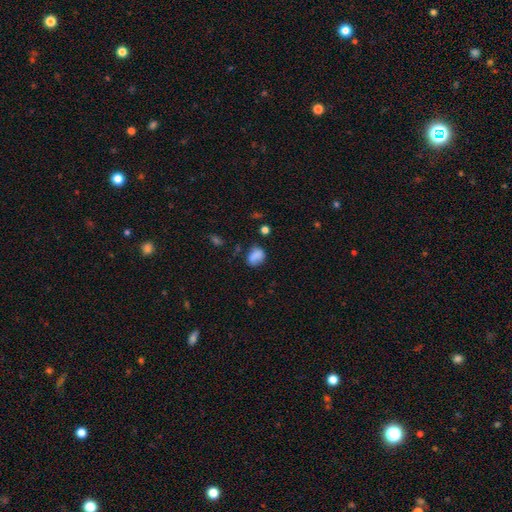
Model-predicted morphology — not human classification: A smooth galaxy with no disk features (81%) that is in between round and cigar-shaped (64%).

Vote fractions:
- Smooth or featured? smooth: 81% / star or artifact: 10% / featured or disk: 9%
- How rounded? in between: 64% / round: 35% / cigar-shaped: 2%
- Merging? none: 59% / minor disturbance: 26% / major disturbance: 9% / merger: 5%